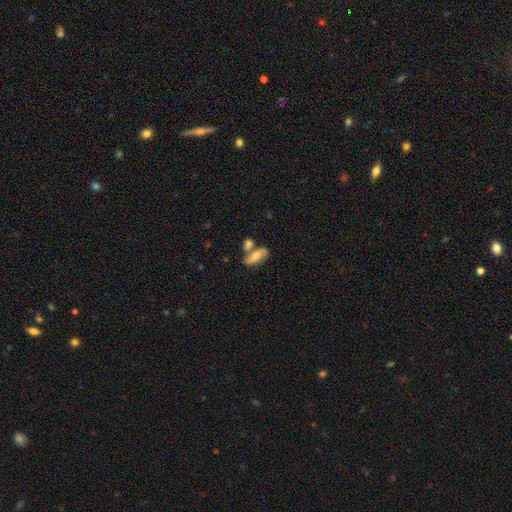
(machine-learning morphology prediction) type=smooth (52%); roundness=in between (70%); merging=none (46%).